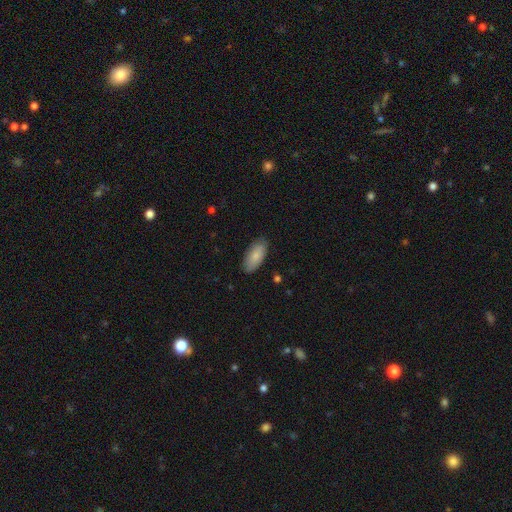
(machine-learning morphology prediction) Q: Smooth or featured?
A: smooth (84%); runner-up: featured or disk (10%)
Q: How rounded?
A: in between (90%); runner-up: cigar-shaped (8%)
Q: Merging?
A: none (85%); runner-up: minor disturbance (12%)